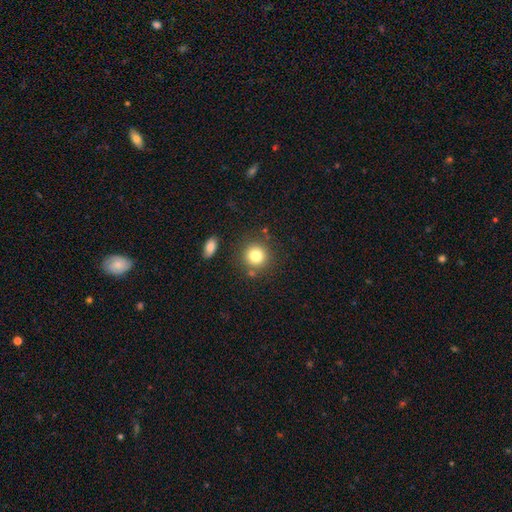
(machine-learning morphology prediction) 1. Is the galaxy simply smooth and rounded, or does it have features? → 80% smooth, 11% star or artifact, 9% featured or disk.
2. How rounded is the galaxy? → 92% round, 8% in between, 1% cigar-shaped.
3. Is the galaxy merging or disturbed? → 81% none, 9% minor disturbance, 6% merger, 3% major disturbance.